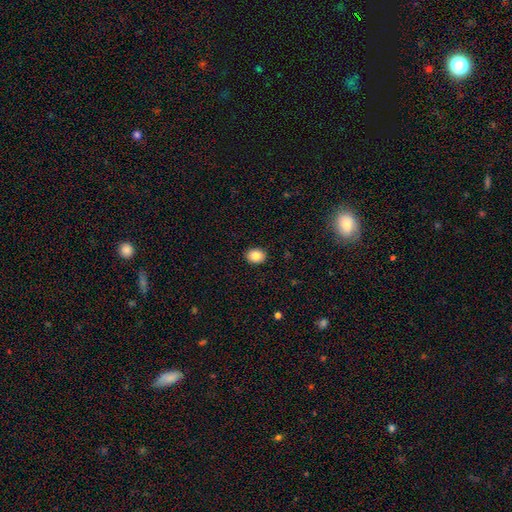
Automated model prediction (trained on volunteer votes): smooth 83%, star or artifact 9%, featured or disk 8%. Down the decision tree: how rounded — round (51%); merging — none (91%).